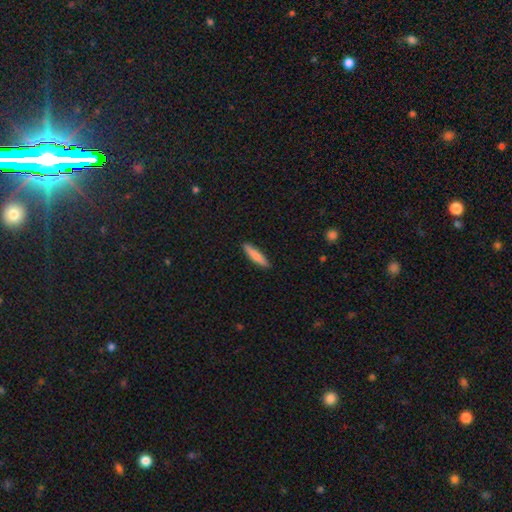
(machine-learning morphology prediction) Smooth or featured?
  - smooth: 81% *
  - featured or disk: 14%
  - star or artifact: 6%
How rounded?
  - cigar-shaped: 83% *
  - in between: 15%
  - round: 1%
Merging?
  - none: 90% *
  - minor disturbance: 7%
  - major disturbance: 2%
  - merger: 1%